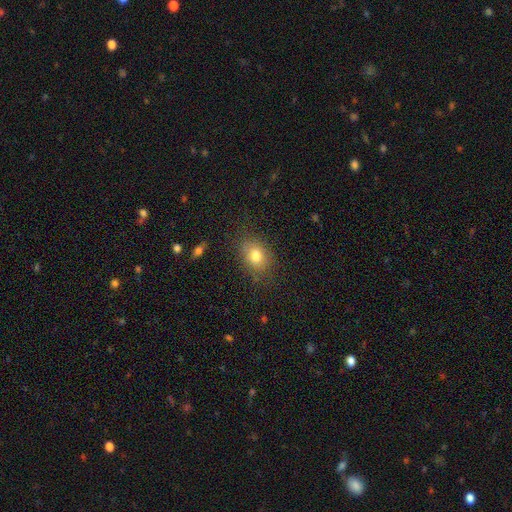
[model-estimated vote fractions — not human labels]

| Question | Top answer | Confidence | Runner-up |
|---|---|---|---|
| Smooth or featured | smooth | 78% | featured or disk (11%) |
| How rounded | in between | 64% | round (35%) |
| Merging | none | 77% | minor disturbance (16%) |